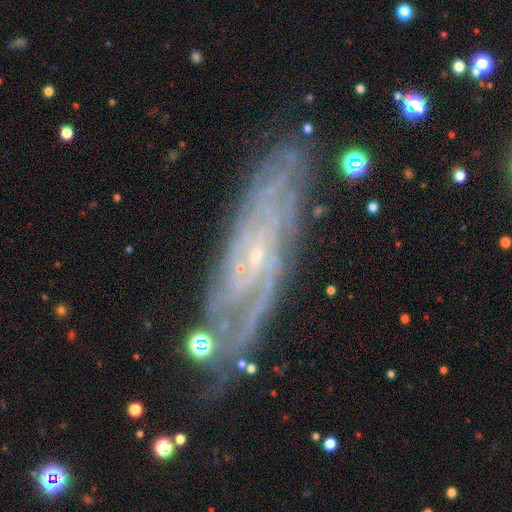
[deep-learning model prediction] A featured or disk galaxy (83%) with no bar (66%), tight (65%) spiral arms (94%) and a small central bulge (87%).

Vote fractions:
- Smooth or featured? featured or disk: 83% / smooth: 9% / star or artifact: 8%
- Edge-on disk? no: 78% / yes: 22%
- Bar? no: 66% / weak: 26% / strong: 8%
- Spiral arms? yes: 94% / no: 6%
- Spiral winding? tight: 65% / medium: 27% / loose: 8%
- Spiral arm count? can't tell: 44% / 2: 18% / 3: 12% / 4: 11% / more than 4: 8% / 1: 7%
- Bulge size? small: 87% / moderate: 7% / none: 3% / large: 1% / dominant: 1%
- Merging? none: 74% / minor disturbance: 17% / major disturbance: 6% / merger: 3%